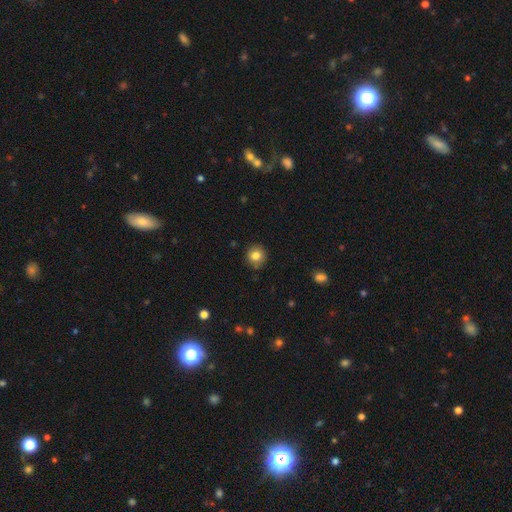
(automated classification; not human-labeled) Smooth or featured?
  - smooth: 82% *
  - star or artifact: 10%
  - featured or disk: 8%
How rounded?
  - round: 91% *
  - in between: 8%
  - cigar-shaped: 1%
Merging?
  - none: 87% *
  - minor disturbance: 10%
  - major disturbance: 2%
  - merger: 1%